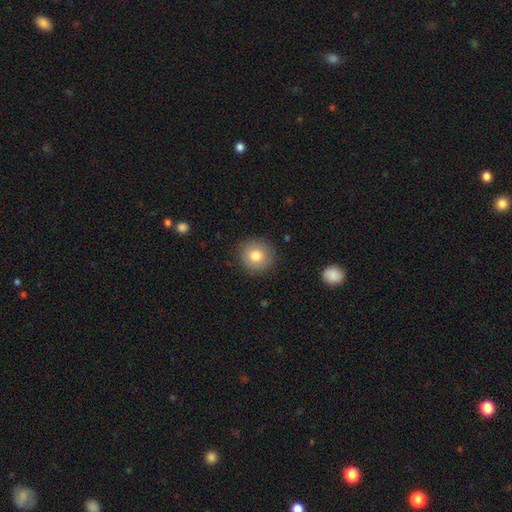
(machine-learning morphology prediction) smooth 81%, featured or disk 10%, star or artifact 9%. Down the decision tree: how rounded — round (92%); merging — none (88%).